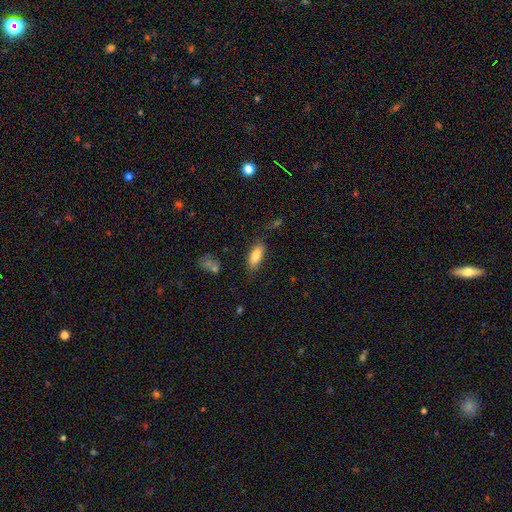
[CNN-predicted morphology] A smooth galaxy with no disk features (81%) that is in between round and cigar-shaped (73%).

Vote fractions:
- Smooth or featured? smooth: 81% / featured or disk: 12% / star or artifact: 7%
- How rounded? in between: 73% / cigar-shaped: 25% / round: 2%
- Merging? none: 79% / minor disturbance: 14% / major disturbance: 4% / merger: 3%